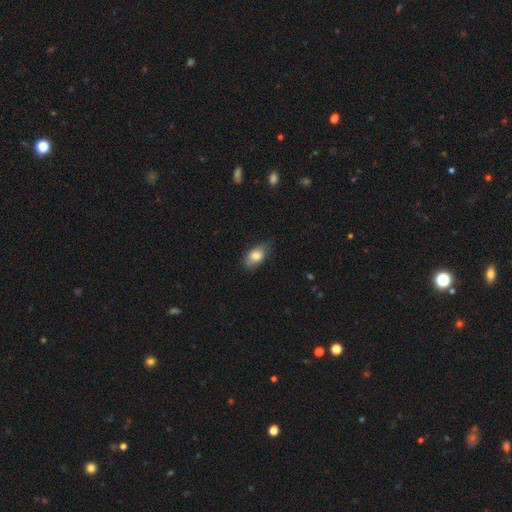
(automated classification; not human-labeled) Smooth or featured? Predicted: smooth (p=0.81). How rounded? Predicted: in between (p=0.87). Merging? Predicted: none (p=0.72).